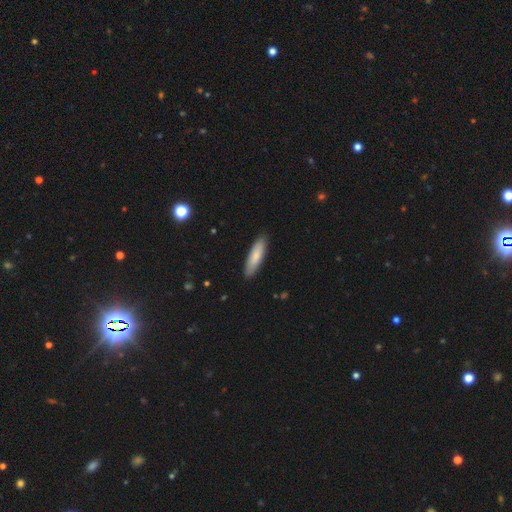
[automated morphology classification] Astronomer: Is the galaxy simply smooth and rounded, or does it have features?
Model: smooth — 82%.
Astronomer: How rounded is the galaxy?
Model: cigar-shaped — 67%.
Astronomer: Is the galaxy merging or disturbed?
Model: none — 89%.